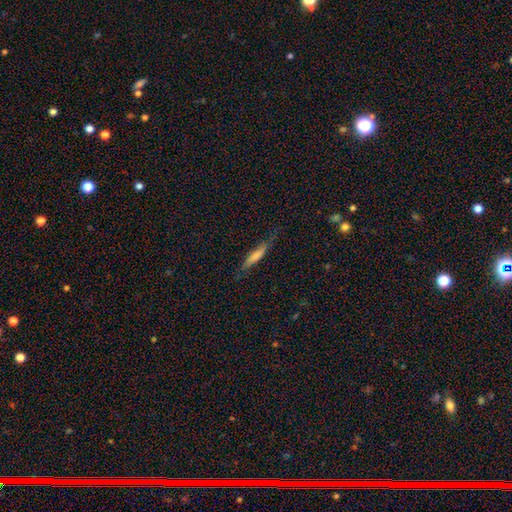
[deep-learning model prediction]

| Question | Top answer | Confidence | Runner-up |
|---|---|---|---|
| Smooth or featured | smooth | 68% | featured or disk (26%) |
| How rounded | cigar-shaped | 84% | in between (14%) |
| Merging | none | 68% | minor disturbance (24%) |